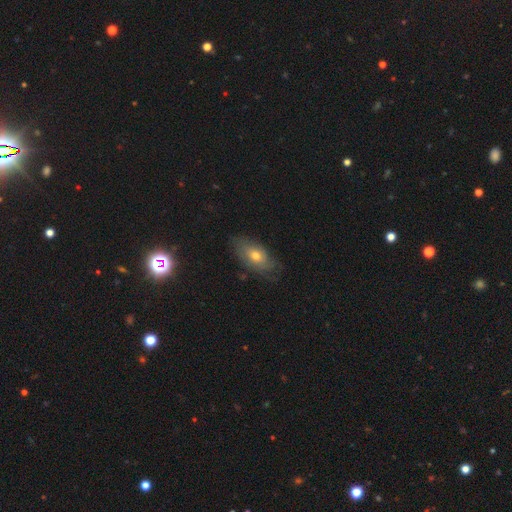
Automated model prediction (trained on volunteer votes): smooth_or_featured: smooth (p=0.55) [alt: featured or disk p=0.37]
how_rounded: in between (p=0.88) [alt: round p=0.06]
merging: none (p=0.70) [alt: minor disturbance p=0.23]